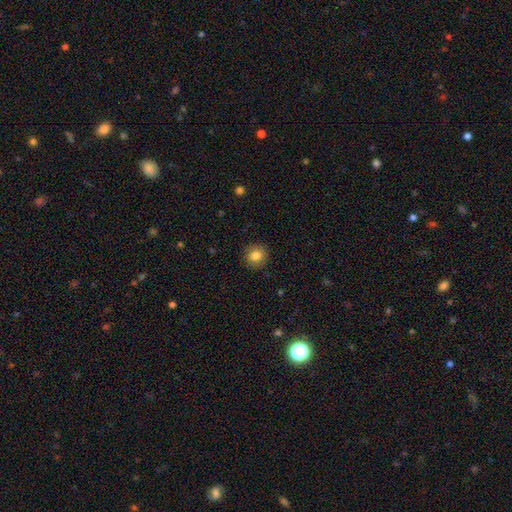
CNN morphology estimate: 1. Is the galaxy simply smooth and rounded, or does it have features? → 82% smooth, 10% star or artifact, 8% featured or disk.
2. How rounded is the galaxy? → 90% round, 9% in between, 1% cigar-shaped.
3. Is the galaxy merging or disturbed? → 91% none, 6% minor disturbance, 2% major disturbance, 1% merger.